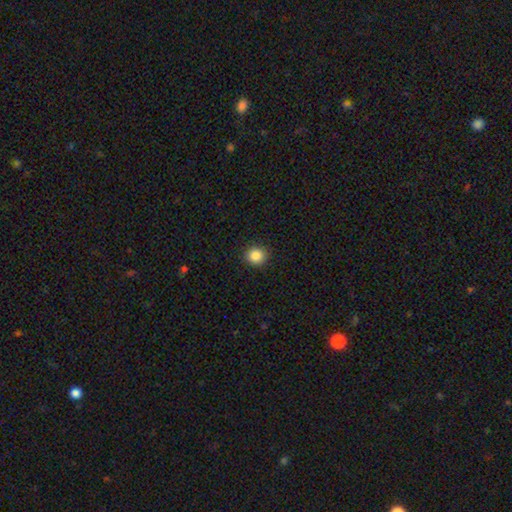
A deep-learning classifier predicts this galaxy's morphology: smooth_or_featured: smooth (p=0.86) [alt: star or artifact p=0.10]
how_rounded: round (p=0.87) [alt: in between p=0.12]
merging: none (p=0.92) [alt: minor disturbance p=0.06]